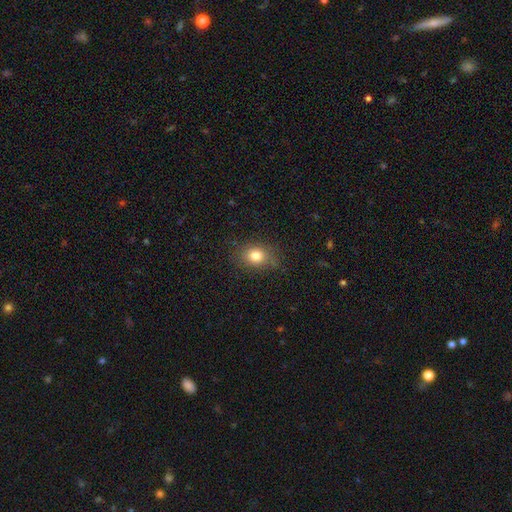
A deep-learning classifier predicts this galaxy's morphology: Smooth or featured? smooth (79%)
How rounded? in between (50%)
Merging? none (80%)